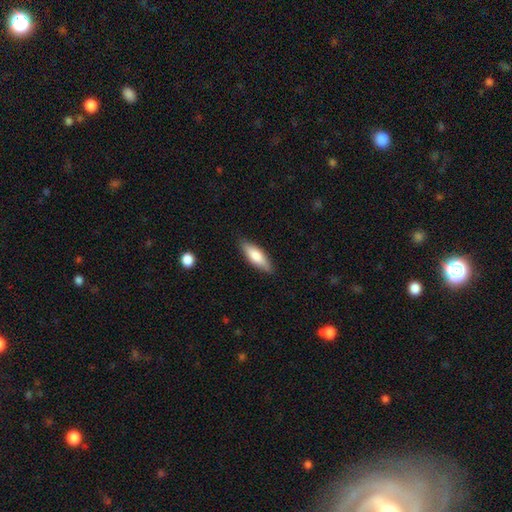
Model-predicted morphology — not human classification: A smooth galaxy with no disk features (72%) that is in between round and cigar-shaped (54%). Merging: none (86%).